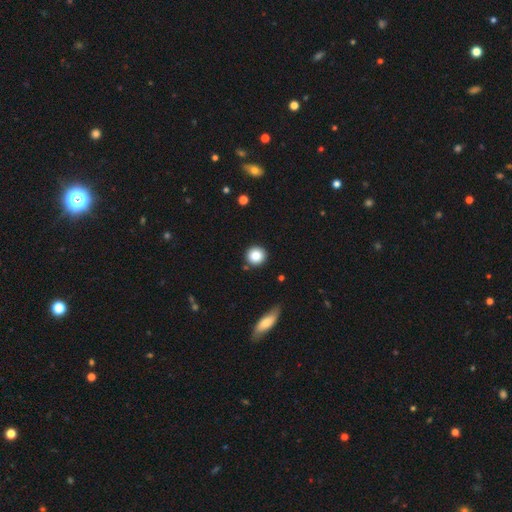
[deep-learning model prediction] The model was most divided on "smooth or featured": smooth: 85%, star or artifact: 9%, featured or disk: 6%. More confident: how rounded — round (94%); merging — none (88%).